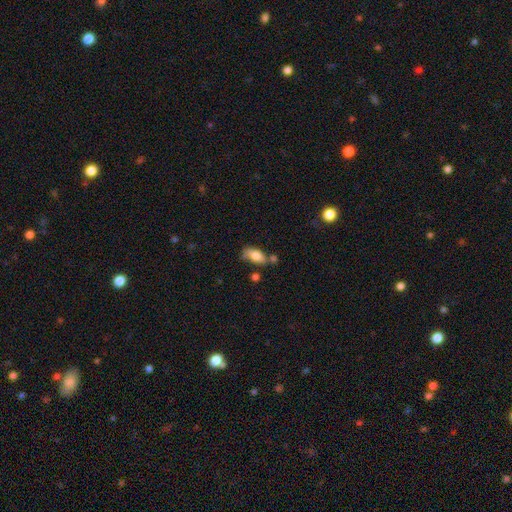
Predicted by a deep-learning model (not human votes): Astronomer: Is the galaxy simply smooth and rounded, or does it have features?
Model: smooth — 74%.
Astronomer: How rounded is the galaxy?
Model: in between — 87%.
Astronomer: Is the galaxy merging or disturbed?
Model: none — 45% (runner-up: minor disturbance, 27%).